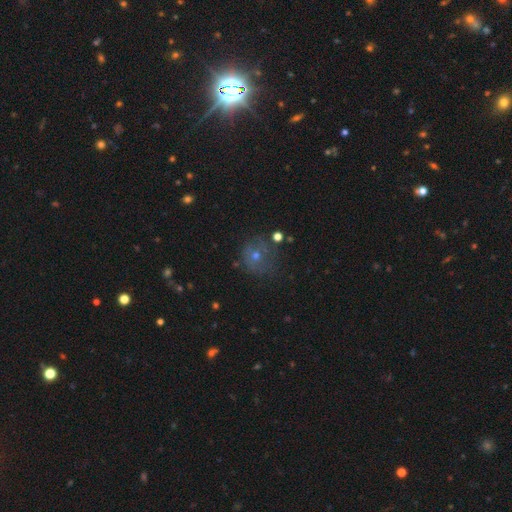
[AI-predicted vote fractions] smooth_or_featured: smooth (p=0.47) [alt: featured or disk p=0.27]
merging: none (p=0.61) [alt: minor disturbance p=0.20]